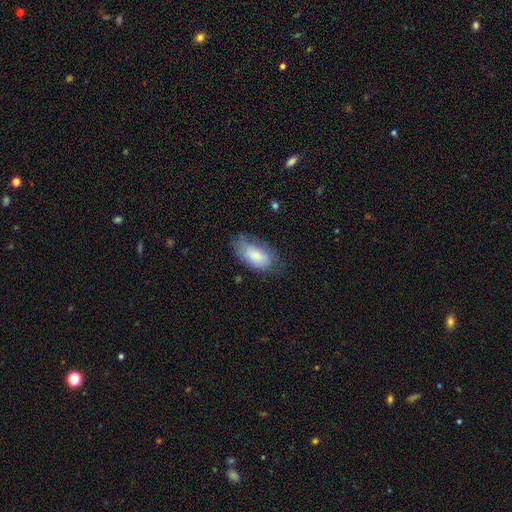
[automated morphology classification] The model was most divided on "merging": none: 58%, minor disturbance: 29%, major disturbance: 11%, merger: 2%. More confident: how rounded — in between (93%); smooth or featured — smooth (80%).